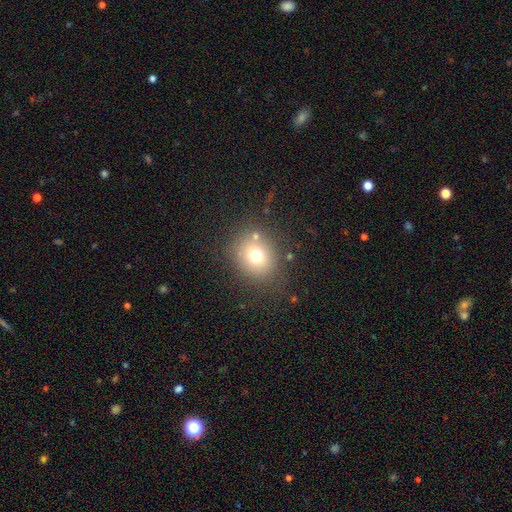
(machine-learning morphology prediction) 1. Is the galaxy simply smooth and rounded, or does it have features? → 71% smooth, 15% star or artifact, 15% featured or disk.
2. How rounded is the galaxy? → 61% round, 38% in between, 1% cigar-shaped.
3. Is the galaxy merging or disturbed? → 76% none, 13% minor disturbance, 6% major disturbance, 6% merger.